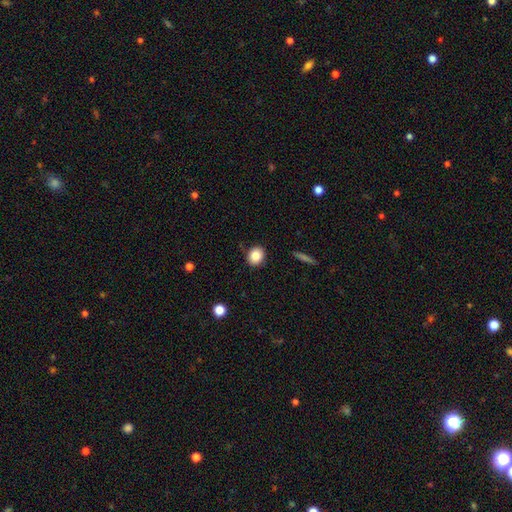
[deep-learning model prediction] smooth-or-featured: smooth: 83% | star or artifact: 9% | featured or disk: 7%
  how-rounded: round: 71% | in between: 28% | cigar-shaped: 1%
  merging: none: 87% | minor disturbance: 9% | major disturbance: 2% | merger: 2%